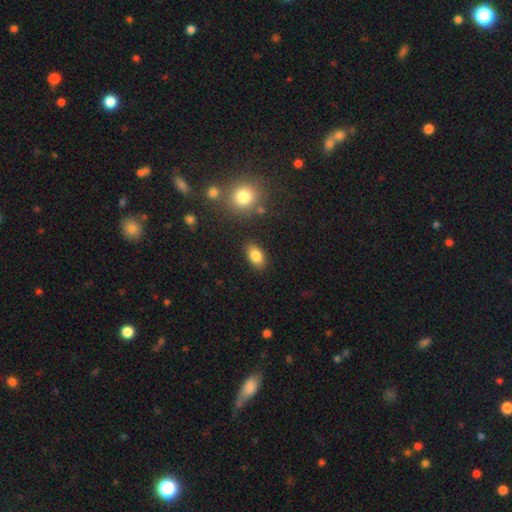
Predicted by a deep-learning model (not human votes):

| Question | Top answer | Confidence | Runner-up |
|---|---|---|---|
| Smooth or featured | smooth | 84% | star or artifact (9%) |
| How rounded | in between | 90% | round (8%) |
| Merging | none | 86% | minor disturbance (9%) |